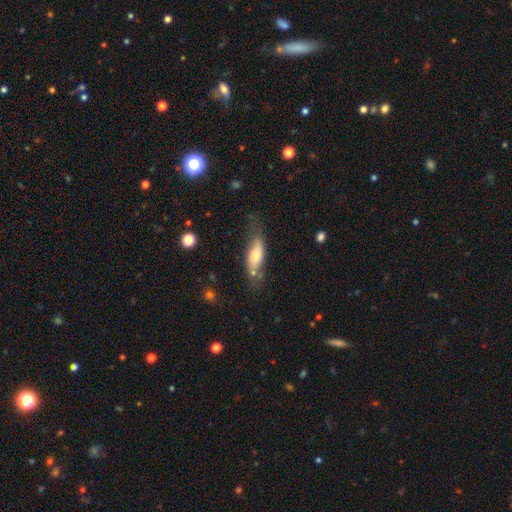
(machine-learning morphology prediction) type=smooth (64%); roundness=in between (63%); merging=none (52%).